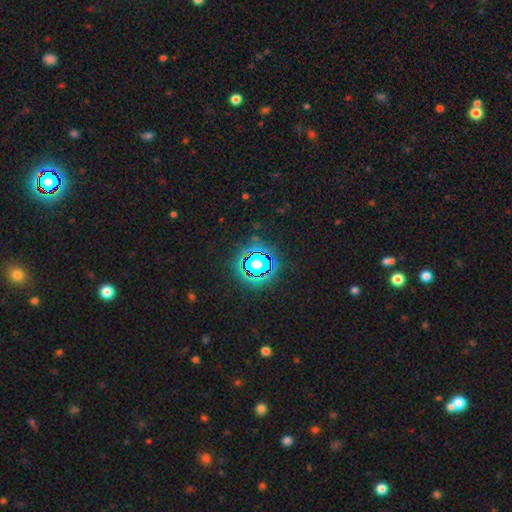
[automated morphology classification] Overall: star or artifact (82%).